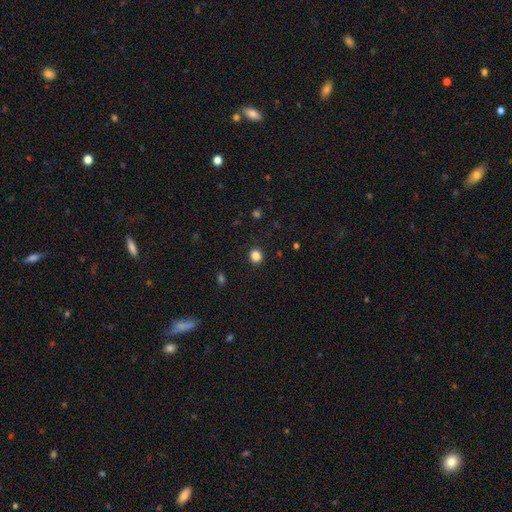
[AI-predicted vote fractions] smooth 84%, star or artifact 12%, featured or disk 4%. Down the decision tree: how rounded — round (79%); merging — none (90%).